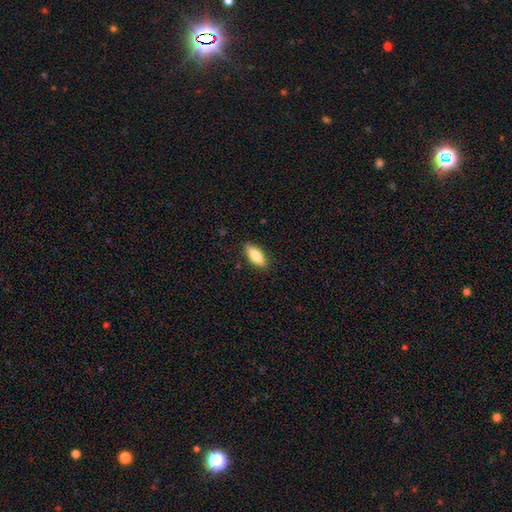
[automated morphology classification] Smooth or featured? Predicted: smooth (p=0.79). How rounded? Predicted: in between (p=0.71). Merging? Predicted: none (p=0.87).